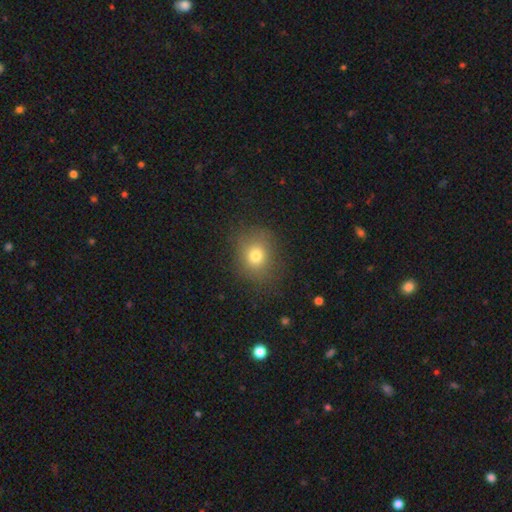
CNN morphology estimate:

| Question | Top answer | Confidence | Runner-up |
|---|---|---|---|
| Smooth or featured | smooth | 75% | star or artifact (14%) |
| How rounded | round | 68% | in between (31%) |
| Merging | none | 79% | minor disturbance (14%) |